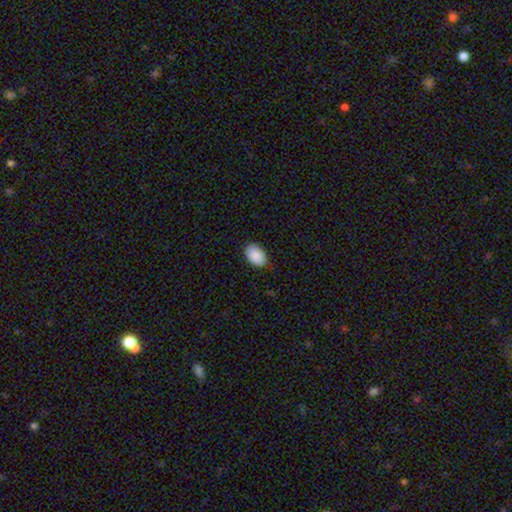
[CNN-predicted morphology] The model was most divided on "merging": none: 87%, minor disturbance: 10%, major disturbance: 2%, merger: 1%. More confident: how rounded — in between (90%); smooth or featured — smooth (90%).